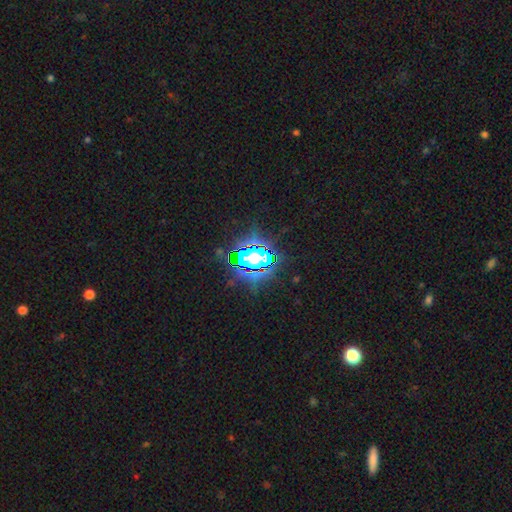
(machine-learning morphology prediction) type=star or artifact (79%).